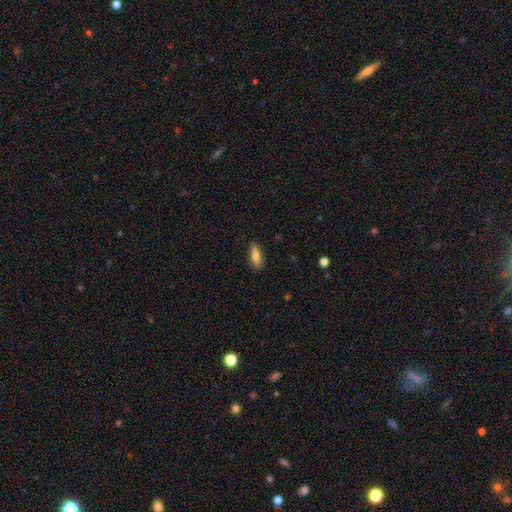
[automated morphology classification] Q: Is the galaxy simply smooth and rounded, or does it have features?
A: smooth — 72%.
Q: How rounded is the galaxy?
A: in between — 54%.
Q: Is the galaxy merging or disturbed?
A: none — 84%.